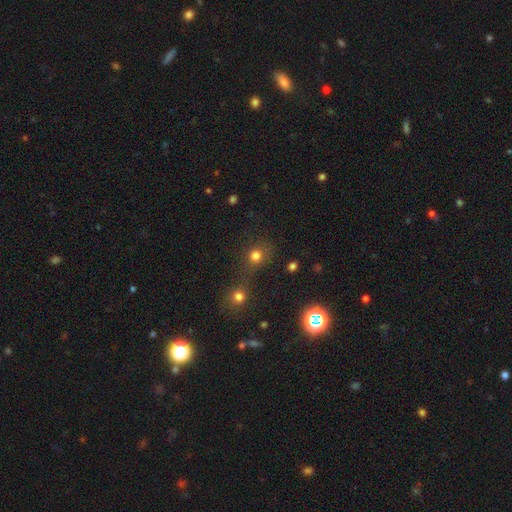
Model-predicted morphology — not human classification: A smooth galaxy with no disk features (75%) that is round (84%).

Vote fractions:
- Smooth or featured? smooth: 75% / star or artifact: 18% / featured or disk: 7%
- How rounded? round: 84% / in between: 15% / cigar-shaped: 1%
- Merging? none: 50% / merger: 34% / minor disturbance: 9% / major disturbance: 6%